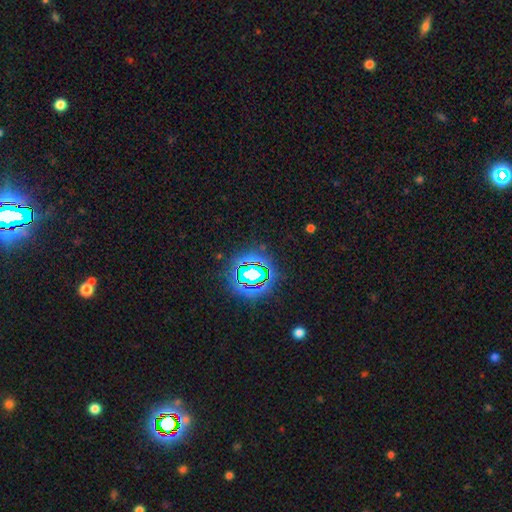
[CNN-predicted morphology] smooth-or-featured: star or artifact: 80% | smooth: 12% | featured or disk: 8%